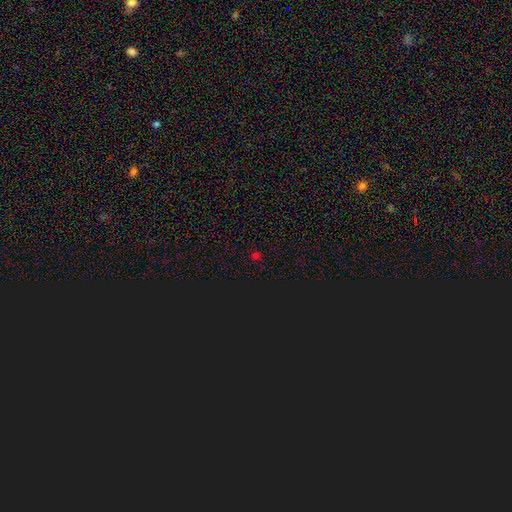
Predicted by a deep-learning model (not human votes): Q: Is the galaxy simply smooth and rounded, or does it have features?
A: star or artifact — 54%.